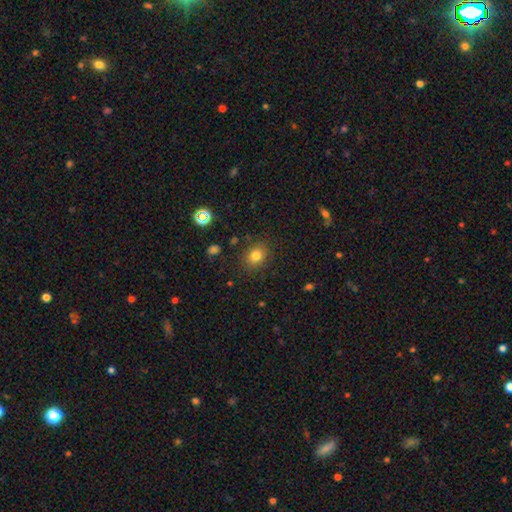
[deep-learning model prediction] Q: Smooth or featured?
A: smooth (79%); runner-up: star or artifact (14%)
Q: How rounded?
A: round (61%); runner-up: in between (38%)
Q: Merging?
A: none (86%); runner-up: minor disturbance (9%)